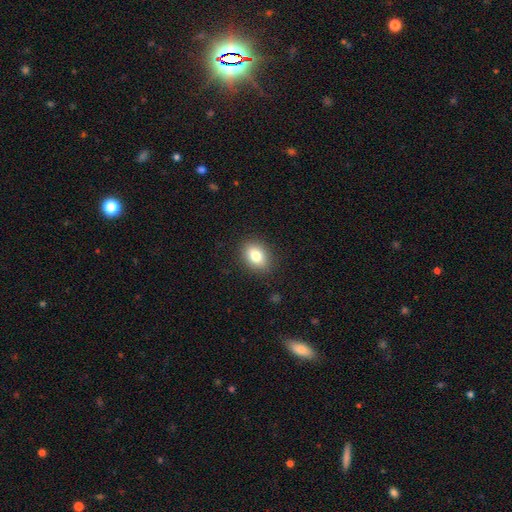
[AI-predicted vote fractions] This is clearly a smooth galaxy (81%). How rounded: likely in between (69%). Merging: clearly none (88%).